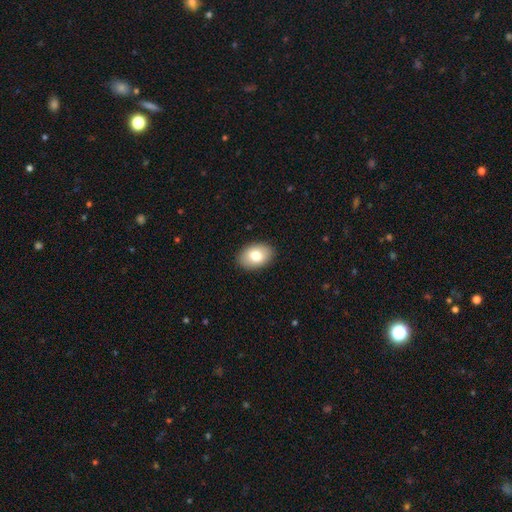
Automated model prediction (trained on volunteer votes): The model was most divided on "smooth or featured": smooth: 79%, featured or disk: 14%, star or artifact: 7%. More confident: merging — none (89%); how rounded — in between (85%).